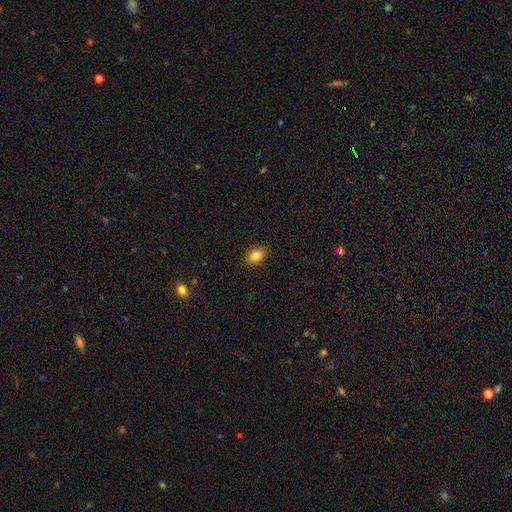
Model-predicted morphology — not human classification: A smooth galaxy with no disk features (85%) that is in between round and cigar-shaped (78%).

Vote fractions:
- Smooth or featured? smooth: 85% / star or artifact: 9% / featured or disk: 6%
- How rounded? in between: 78% / round: 21% / cigar-shaped: 1%
- Merging? none: 89% / minor disturbance: 8% / major disturbance: 2% / merger: 1%